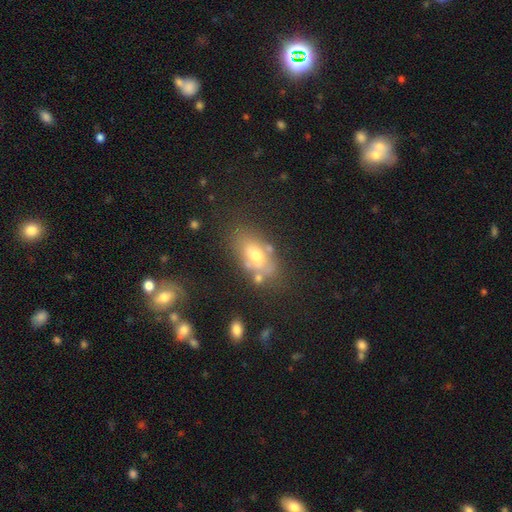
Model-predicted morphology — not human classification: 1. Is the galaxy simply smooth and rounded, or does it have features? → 54% smooth, 34% featured or disk, 11% star or artifact.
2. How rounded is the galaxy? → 88% in between, 7% round, 5% cigar-shaped.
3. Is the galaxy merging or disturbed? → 59% none, 20% minor disturbance, 11% merger, 9% major disturbance.